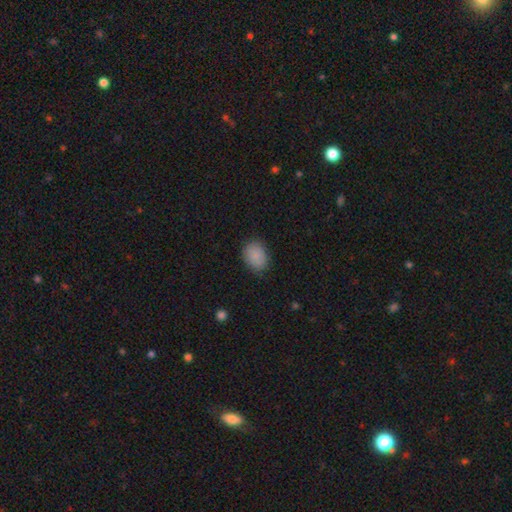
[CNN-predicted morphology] A smooth galaxy with no disk features (88%) that is in between round and cigar-shaped (60%). Merging: none (81%).